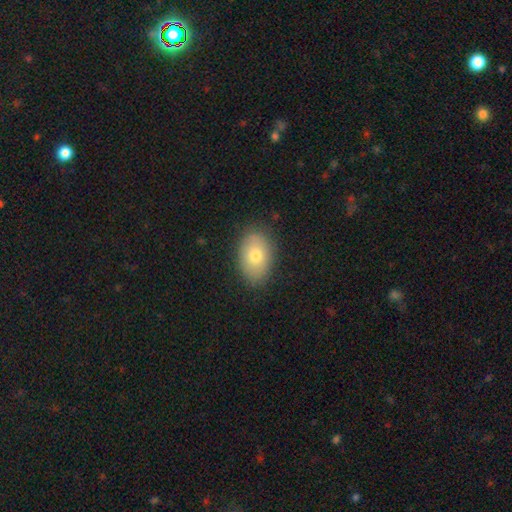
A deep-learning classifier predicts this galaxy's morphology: Smooth or featured? Predicted: smooth (p=0.74). How rounded? Predicted: in between (p=0.86). Merging? Predicted: none (p=0.85).